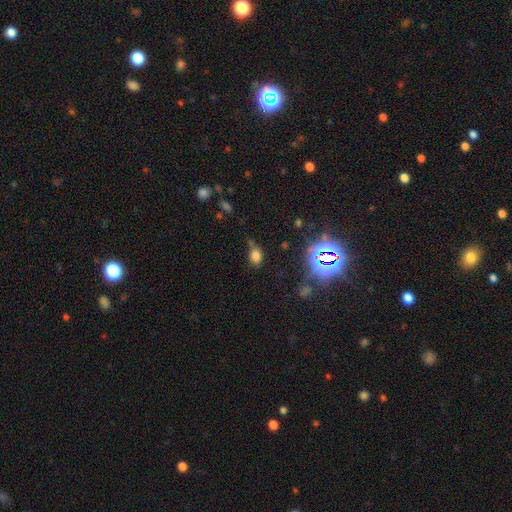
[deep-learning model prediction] Smooth or featured? Predicted: smooth (p=0.71). How rounded? Predicted: in between (p=0.67). Merging? Predicted: none (p=0.57).